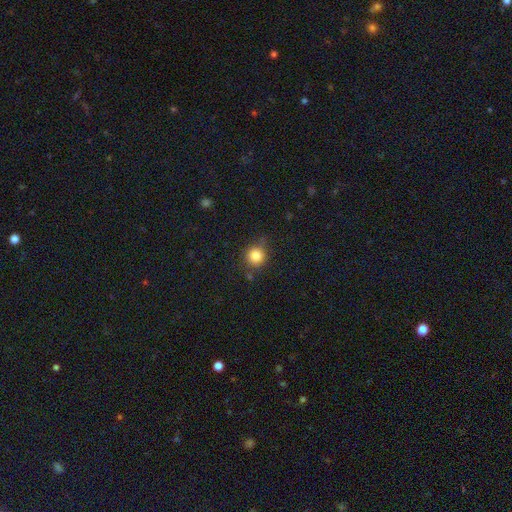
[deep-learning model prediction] Smooth or featured? Predicted: smooth (p=0.83). How rounded? Predicted: round (p=0.91). Merging? Predicted: none (p=0.79).